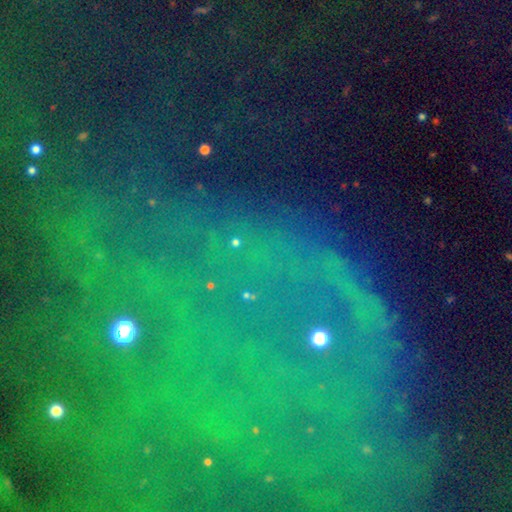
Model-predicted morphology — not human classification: Q: Smooth or featured?
A: star or artifact (77%); runner-up: featured or disk (12%)